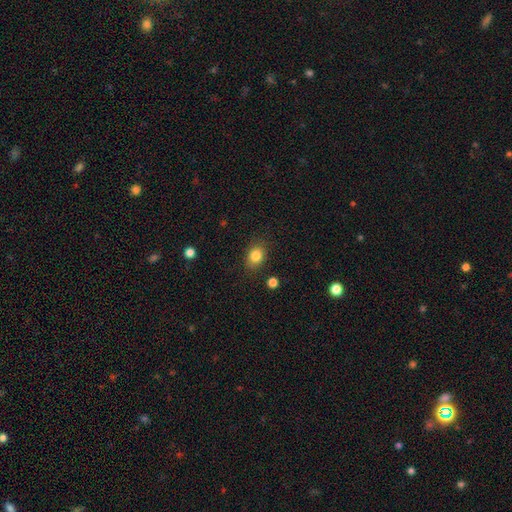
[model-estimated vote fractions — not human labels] This is clearly a smooth galaxy (84%). How rounded: possibly in between (57%). Merging: clearly none (83%).